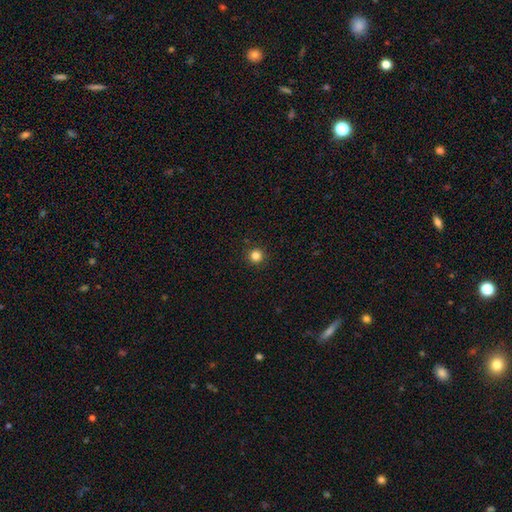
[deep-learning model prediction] Smooth or featured: smooth — 83% (star or artifact — 13%)
How rounded: round — 96% (in between — 3%)
Merging: none — 93% (minor disturbance — 4%)